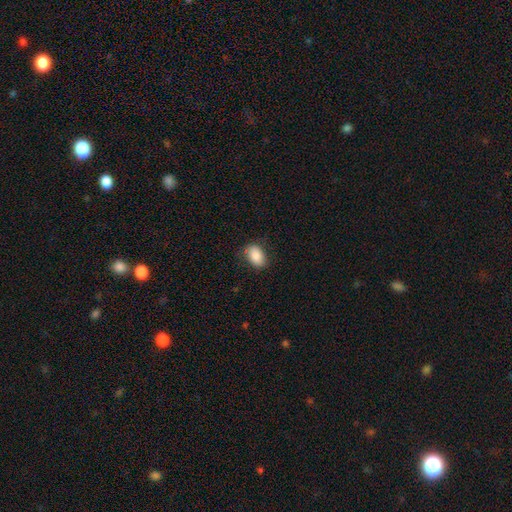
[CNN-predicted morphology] Smooth or featured? smooth (85%)
How rounded? in between (84%)
Merging? none (79%)